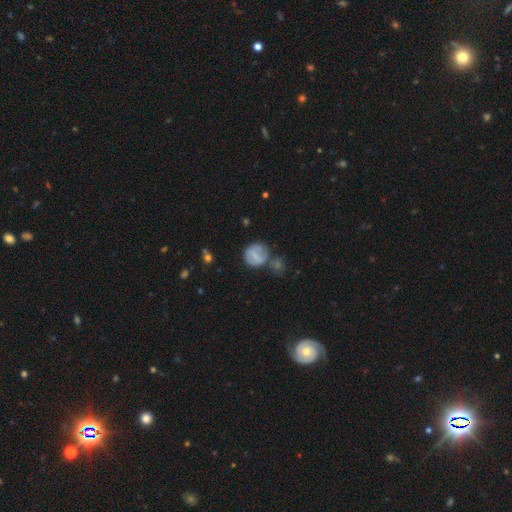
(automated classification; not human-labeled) smooth 51%, featured or disk 40%, star or artifact 9%. Down the decision tree: how rounded — round (76%); merging — none (44%).